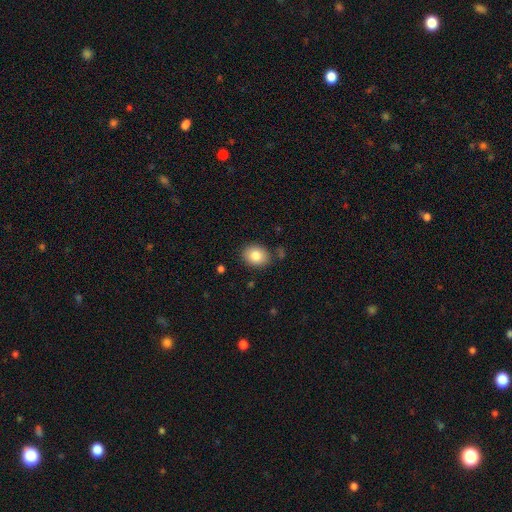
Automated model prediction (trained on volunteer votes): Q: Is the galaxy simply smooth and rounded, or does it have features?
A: smooth — 83%.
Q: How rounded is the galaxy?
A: round — 51%.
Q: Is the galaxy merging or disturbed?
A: none — 85%.